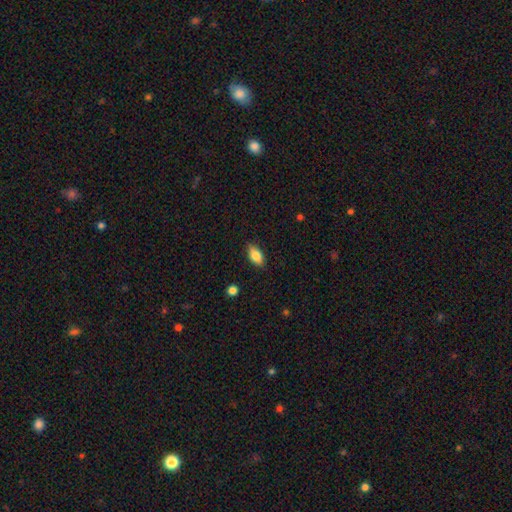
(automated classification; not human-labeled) The model was most divided on "smooth or featured": smooth: 81%, featured or disk: 12%, star or artifact: 7%. More confident: how rounded — in between (89%); merging — none (85%).